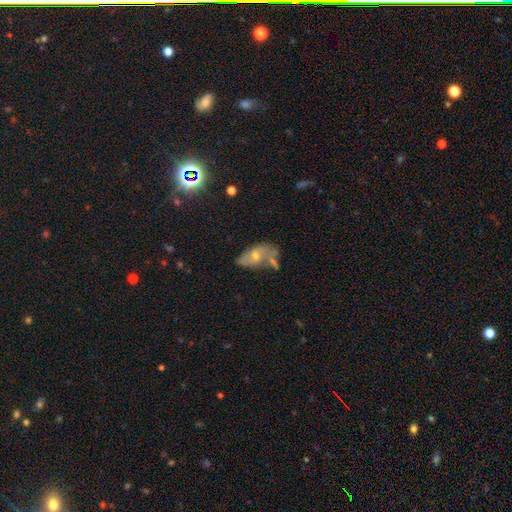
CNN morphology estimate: The model was most divided on "merging": none: 36%, minor disturbance: 25%, merger: 21%, major disturbance: 18%. More confident: edge-on disk — no (90%); smooth or featured — featured or disk (51%).